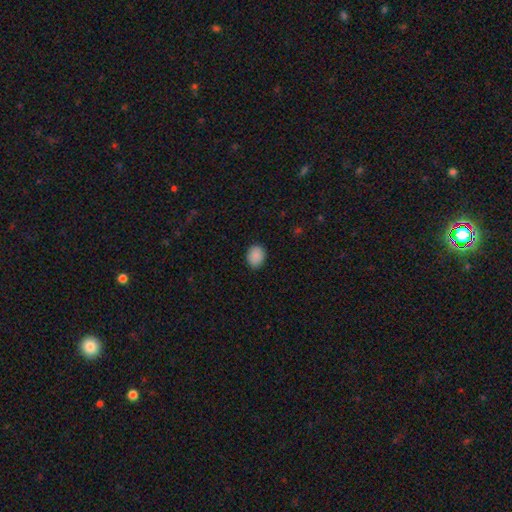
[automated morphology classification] This is clearly a smooth galaxy (89%). How rounded: possibly round (52%). Merging: clearly none (87%).